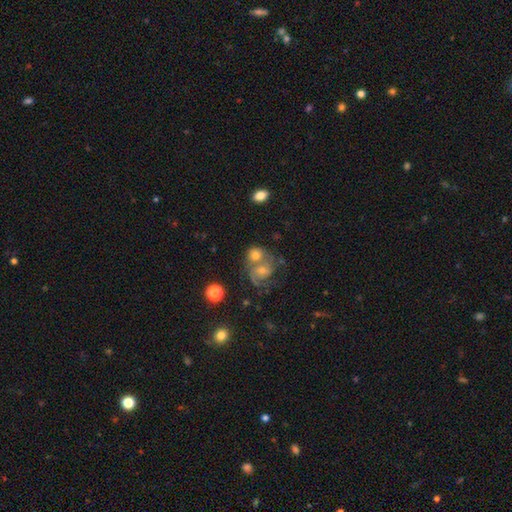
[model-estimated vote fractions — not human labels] Smooth or featured?
  - featured or disk: 48% *
  - smooth: 40%
  - star or artifact: 11%
Merging?
  - merger: 53% *
  - none: 31%
  - minor disturbance: 10%
  - major disturbance: 7%